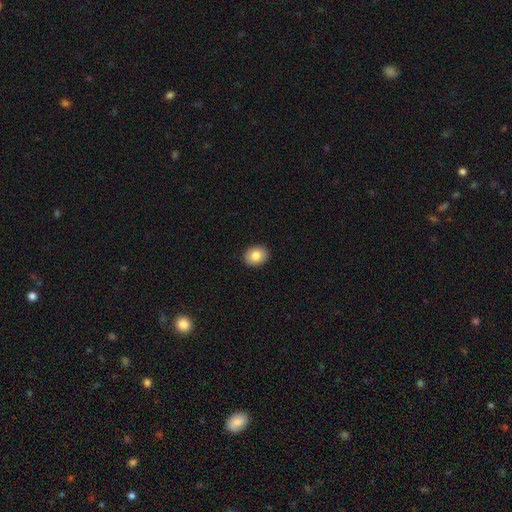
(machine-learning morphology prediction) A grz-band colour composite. It shows a smooth galaxy with no disk features (83%) that is round (51%). Merging: none (92%).